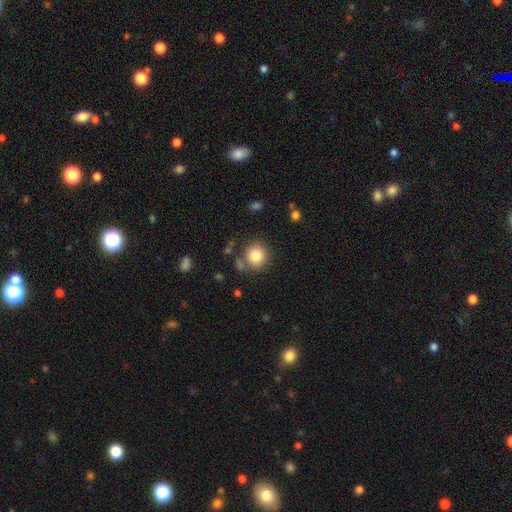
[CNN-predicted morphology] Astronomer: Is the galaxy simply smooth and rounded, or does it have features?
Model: smooth — 83%.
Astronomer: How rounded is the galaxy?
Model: round — 89%.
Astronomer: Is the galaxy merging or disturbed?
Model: none — 78%.